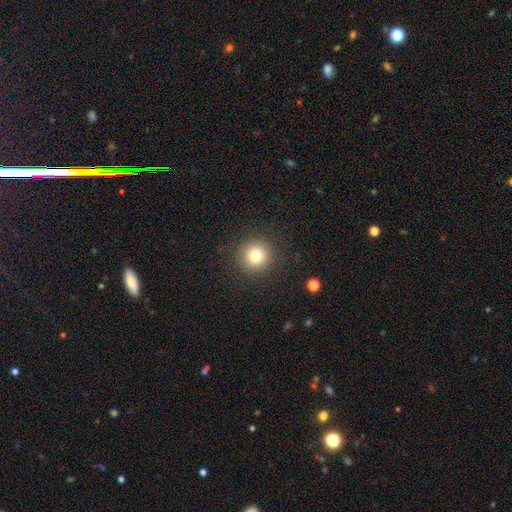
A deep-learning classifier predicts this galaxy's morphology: The model was most divided on "smooth or featured": smooth: 79%, star or artifact: 13%, featured or disk: 9%. More confident: how rounded — round (95%); merging — none (90%).